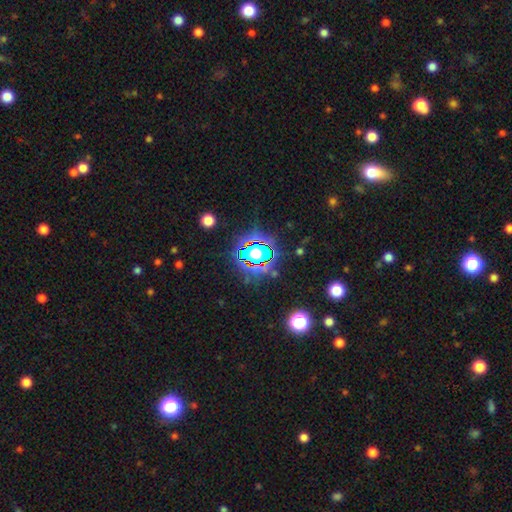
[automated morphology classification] Smooth or featured?
  - star or artifact: 65% *
  - smooth: 22%
  - featured or disk: 13%